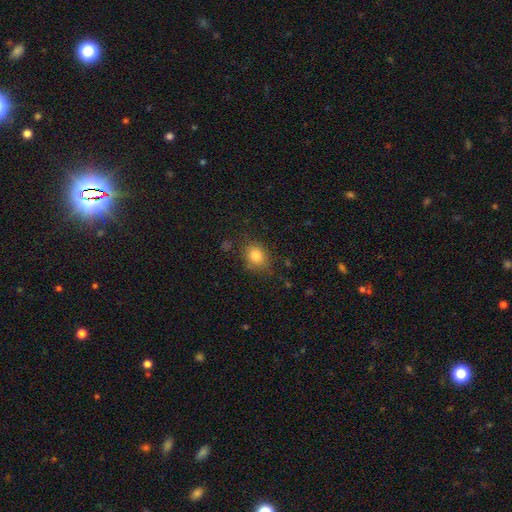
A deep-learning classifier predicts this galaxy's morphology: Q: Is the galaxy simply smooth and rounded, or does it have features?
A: smooth — 81%.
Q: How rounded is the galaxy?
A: round — 53%.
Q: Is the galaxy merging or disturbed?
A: none — 79%.